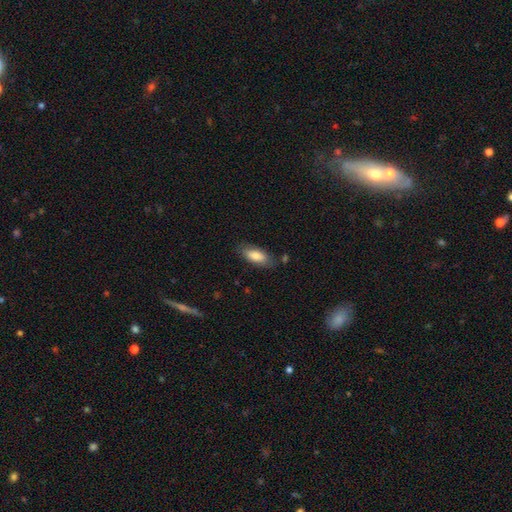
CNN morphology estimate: Overall: smooth (79%). How rounded: in between (81%). Merging: none (77%).